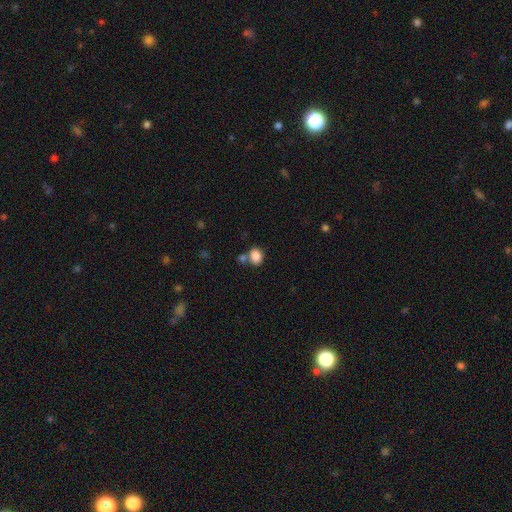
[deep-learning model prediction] smooth-or-featured: smooth: 85% | star or artifact: 10% | featured or disk: 5%
  how-rounded: in between: 52% | round: 47% | cigar-shaped: 1%
  merging: none: 56% | merger: 27% | minor disturbance: 12% | major disturbance: 4%